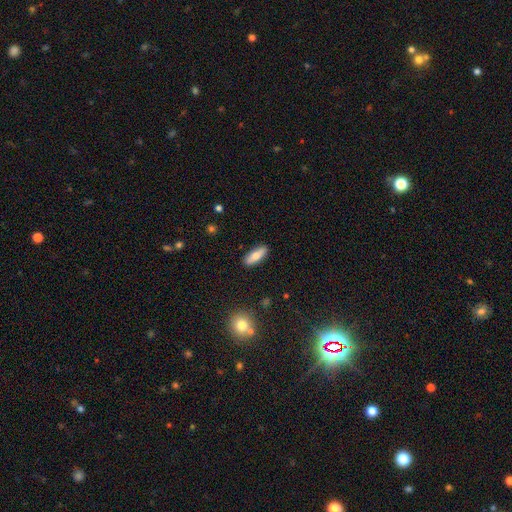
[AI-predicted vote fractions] Smooth or featured?
  - smooth: 71% *
  - featured or disk: 22%
  - star or artifact: 7%
How rounded?
  - in between: 62% *
  - cigar-shaped: 36%
  - round: 3%
Merging?
  - none: 88% *
  - minor disturbance: 9%
  - major disturbance: 2%
  - merger: 1%